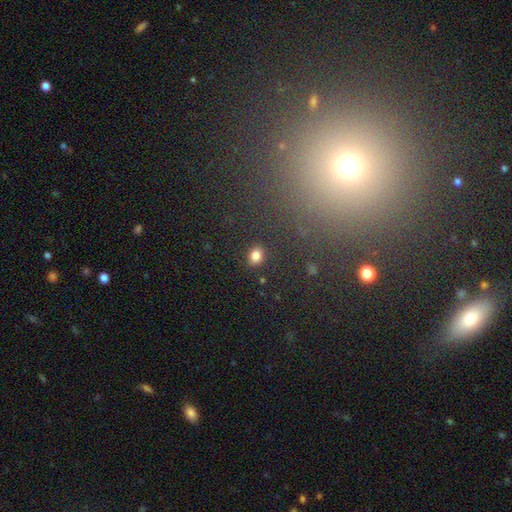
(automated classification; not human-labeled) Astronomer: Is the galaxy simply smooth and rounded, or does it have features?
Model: smooth — 83%.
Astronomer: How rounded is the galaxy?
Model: round — 49%, tied with in between at 49%.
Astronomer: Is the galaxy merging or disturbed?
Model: none — 88%.